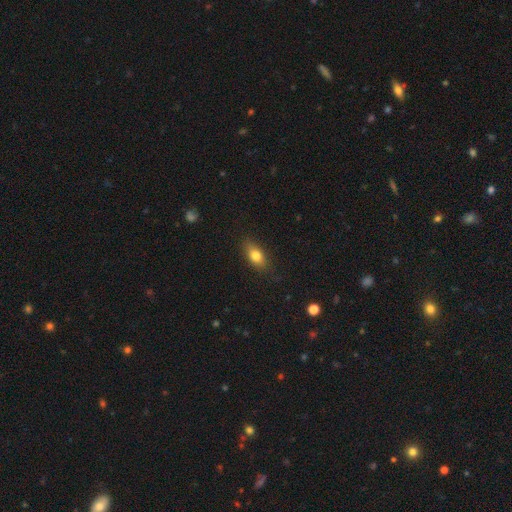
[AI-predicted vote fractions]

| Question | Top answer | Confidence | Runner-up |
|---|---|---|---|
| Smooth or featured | smooth | 79% | featured or disk (13%) |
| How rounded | in between | 81% | cigar-shaped (10%) |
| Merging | none | 81% | minor disturbance (15%) |